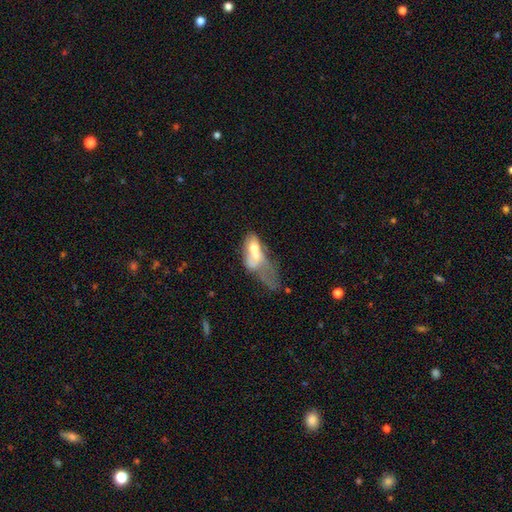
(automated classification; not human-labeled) This is possibly a smooth galaxy (51%). How rounded: likely in between (79%). Merging: likely merger (62%).